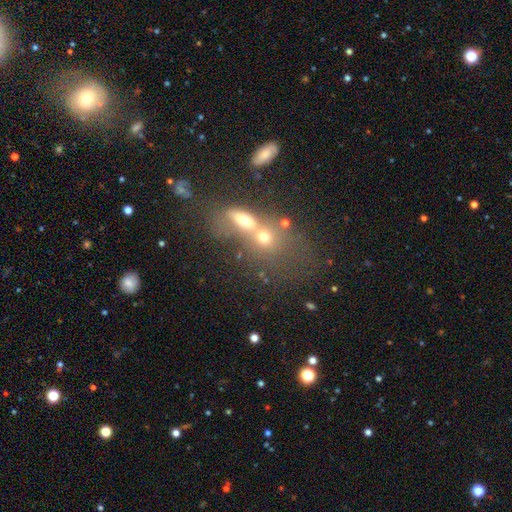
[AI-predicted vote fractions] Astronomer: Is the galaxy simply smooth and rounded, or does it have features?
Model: smooth — 45% (runner-up: star or artifact, 30%).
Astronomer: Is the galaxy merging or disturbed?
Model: merger — 58%.